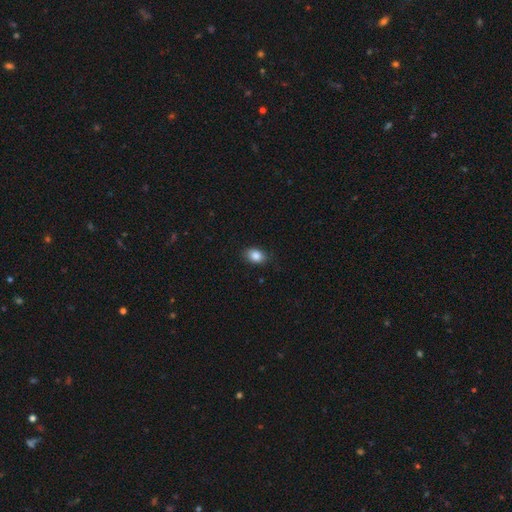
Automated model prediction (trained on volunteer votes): Smooth or featured? smooth (86%)
How rounded? in between (75%)
Merging? none (85%)